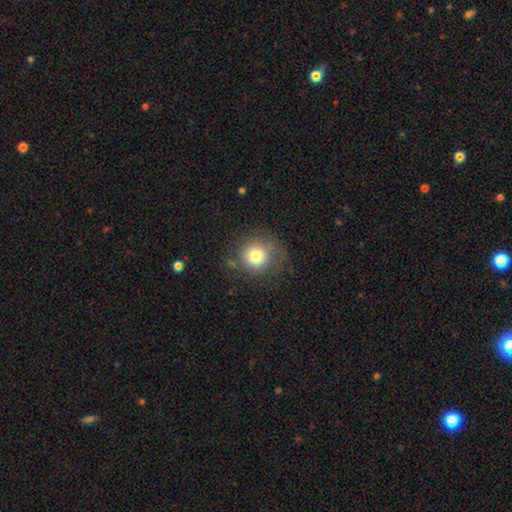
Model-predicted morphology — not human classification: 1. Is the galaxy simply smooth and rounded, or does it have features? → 76% smooth, 12% featured or disk, 11% star or artifact.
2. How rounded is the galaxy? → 92% round, 7% in between, 1% cigar-shaped.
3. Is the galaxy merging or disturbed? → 73% none, 16% minor disturbance, 8% major disturbance, 3% merger.